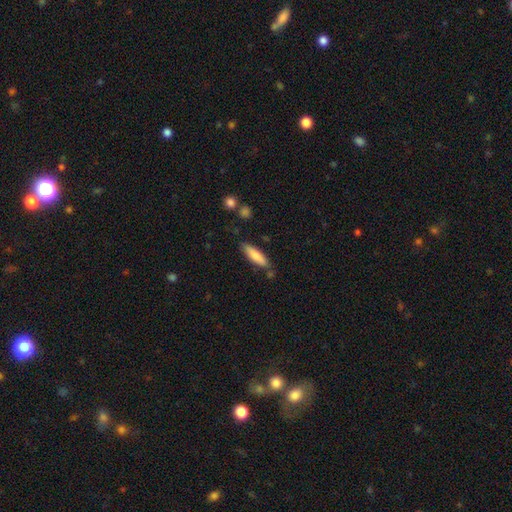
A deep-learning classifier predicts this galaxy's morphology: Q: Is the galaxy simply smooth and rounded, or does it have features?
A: smooth — 80%.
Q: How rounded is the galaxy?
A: cigar-shaped — 64%.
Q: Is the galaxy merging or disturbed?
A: none — 78%.